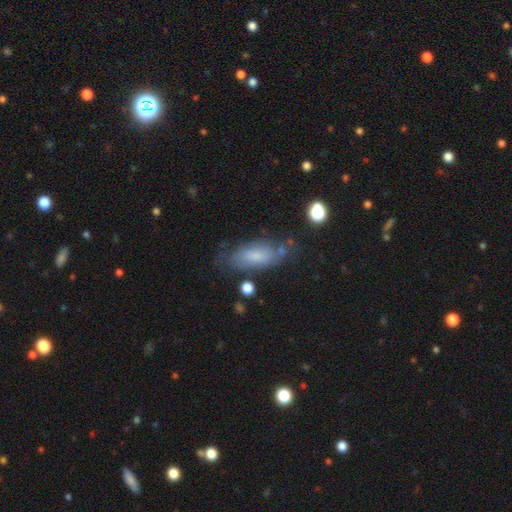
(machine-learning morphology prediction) Smooth or featured? Predicted: smooth (p=0.65). How rounded? Predicted: in between (p=0.76). Merging? Predicted: none (p=0.64).